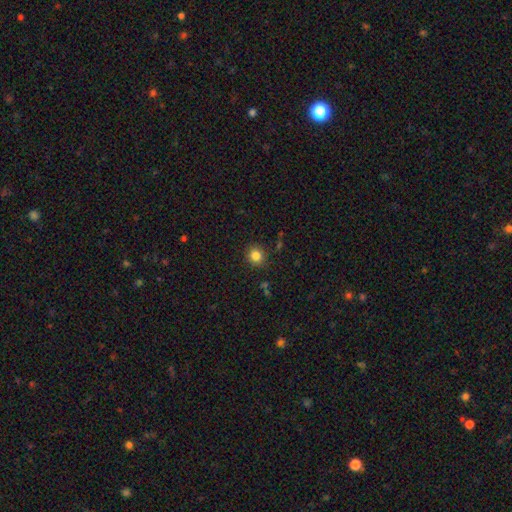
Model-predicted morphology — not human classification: Smooth or featured: smooth — 83% (star or artifact — 12%)
How rounded: round — 87% (in between — 12%)
Merging: none — 89% (minor disturbance — 7%)